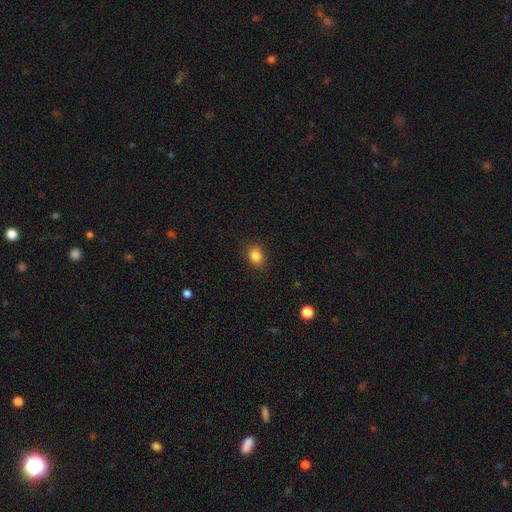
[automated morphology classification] Q: Smooth or featured?
A: smooth (85%); runner-up: star or artifact (10%)
Q: How rounded?
A: in between (55%); runner-up: round (44%)
Q: Merging?
A: none (88%); runner-up: minor disturbance (9%)